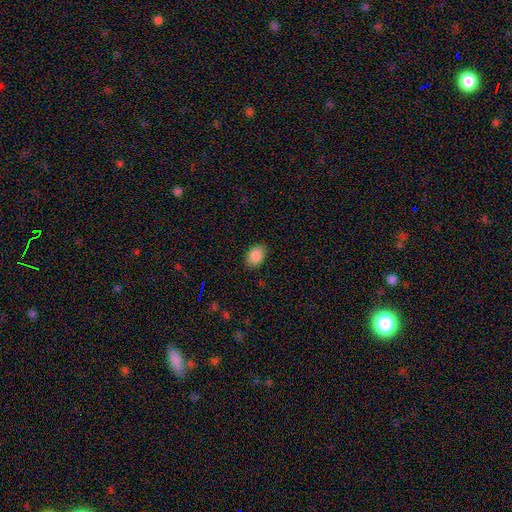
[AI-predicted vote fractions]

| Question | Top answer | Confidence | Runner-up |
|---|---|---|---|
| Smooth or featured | smooth | 89% | star or artifact (8%) |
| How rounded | in between | 79% | round (20%) |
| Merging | none | 86% | minor disturbance (11%) |